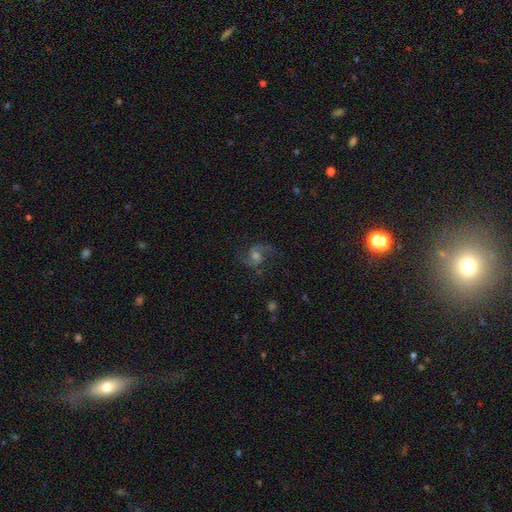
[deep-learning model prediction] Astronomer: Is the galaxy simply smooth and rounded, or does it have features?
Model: featured or disk — 84%.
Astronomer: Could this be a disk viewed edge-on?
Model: no — 98%.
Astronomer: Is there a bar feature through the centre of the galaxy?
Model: no — 50% (runner-up: weak, 40%).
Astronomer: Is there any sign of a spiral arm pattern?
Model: yes — 97%.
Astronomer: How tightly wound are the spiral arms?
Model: medium — 51% (runner-up: loose, 39%).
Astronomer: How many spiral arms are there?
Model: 2 — 92%.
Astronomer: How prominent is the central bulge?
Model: moderate — 52% (runner-up: small, 36%).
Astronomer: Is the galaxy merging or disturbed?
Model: none — 77%.